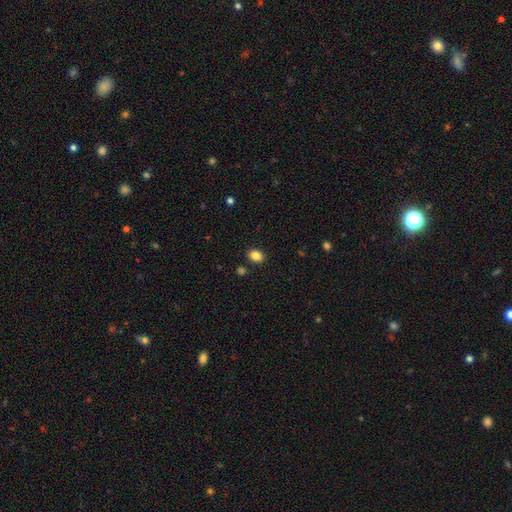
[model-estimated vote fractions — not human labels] Overall: smooth (85%). How rounded: in between (60%; round 39%). Merging: none (87%).